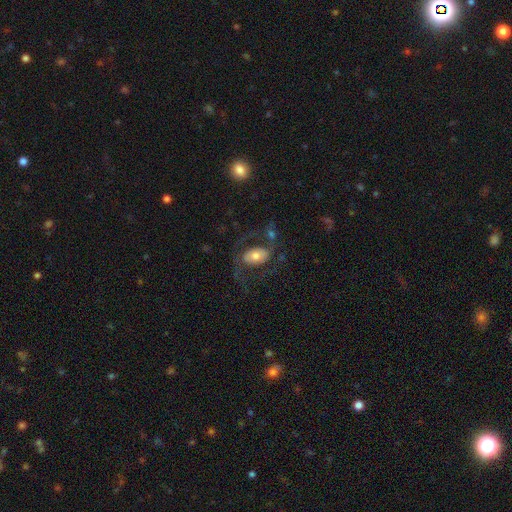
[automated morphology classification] featured or disk 47%, smooth 45%, star or artifact 7%. Down the decision tree: merging — none (53%).